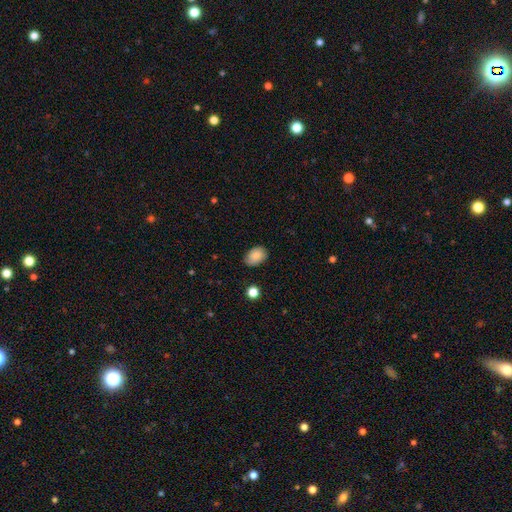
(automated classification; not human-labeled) Smooth or featured: smooth — 87% (star or artifact — 8%)
How rounded: in between — 80% (round — 19%)
Merging: none — 76% (minor disturbance — 19%)